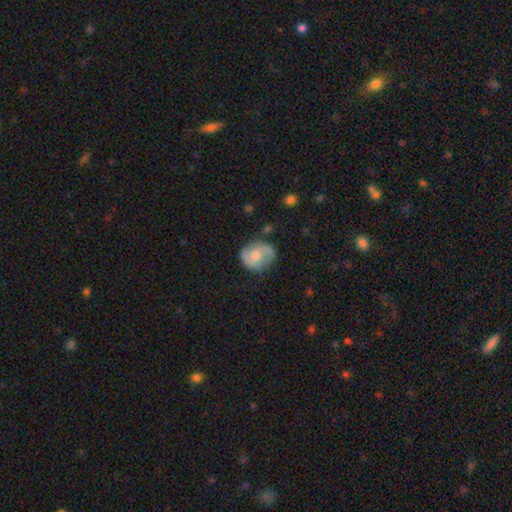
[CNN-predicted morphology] Smooth or featured? Predicted: featured or disk (p=0.62). Edge-on disk? Predicted: no (p=0.98). Bar? Predicted: no (p=0.62). Spiral arms? Predicted: yes (p=0.89). Spiral winding? Predicted: medium (p=0.49). Spiral arm count? Predicted: 2 (p=0.83). Bulge size? Predicted: moderate (p=0.41). Merging? Predicted: none (p=0.69).